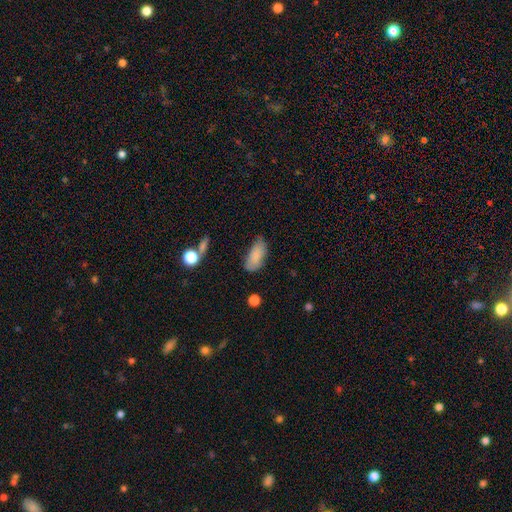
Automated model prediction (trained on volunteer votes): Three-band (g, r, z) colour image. It shows a smooth galaxy with no disk features (85%) that is in between round and cigar-shaped (87%). Merging: none (61%).